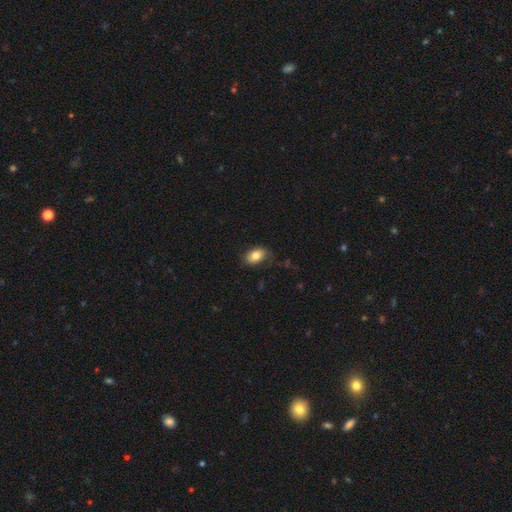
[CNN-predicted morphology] A smooth galaxy with no disk features (81%) that is in between round and cigar-shaped (85%). Merging: none (77%).